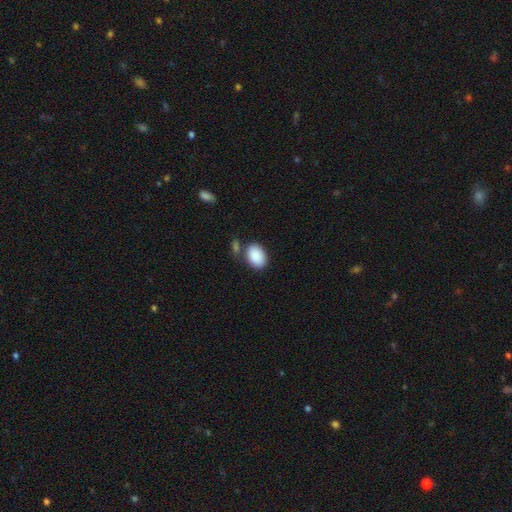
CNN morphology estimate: Smooth or featured?
  - smooth: 89% *
  - star or artifact: 7%
  - featured or disk: 5%
How rounded?
  - in between: 86% *
  - round: 13%
  - cigar-shaped: 1%
Merging?
  - none: 67% *
  - minor disturbance: 15%
  - merger: 12%
  - major disturbance: 5%